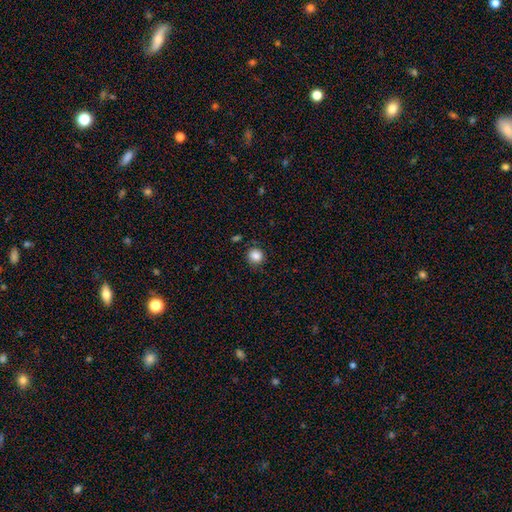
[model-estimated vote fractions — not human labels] Smooth or featured? smooth (86%)
How rounded? round (90%)
Merging? none (86%)